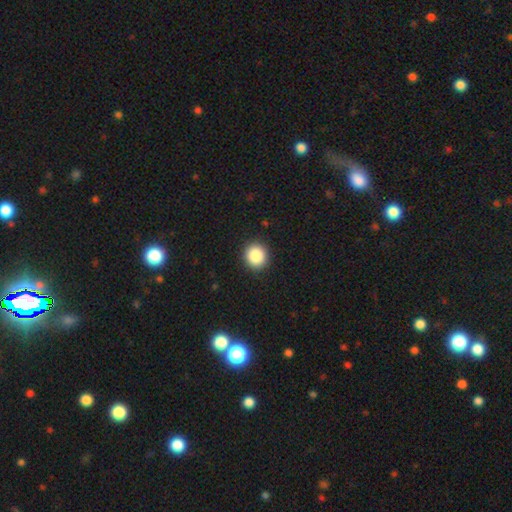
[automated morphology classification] smooth-or-featured: smooth: 87% | star or artifact: 9% | featured or disk: 4%
  how-rounded: round: 88% | in between: 11% | cigar-shaped: 1%
  merging: none: 92% | minor disturbance: 6% | major disturbance: 2% | merger: 1%